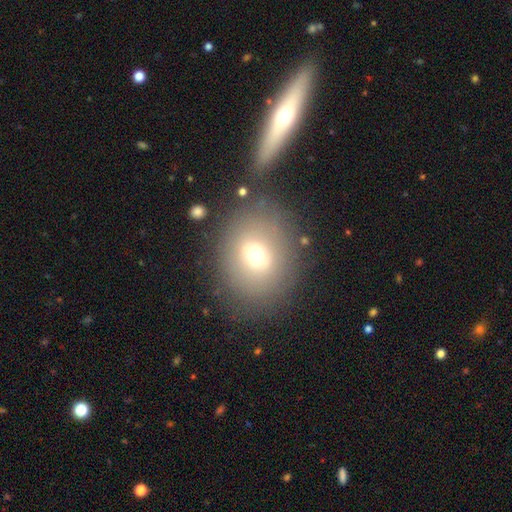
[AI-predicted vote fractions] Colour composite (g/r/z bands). It shows a smooth galaxy with no disk features (65%) that is round (60%). Merging: none (72%).